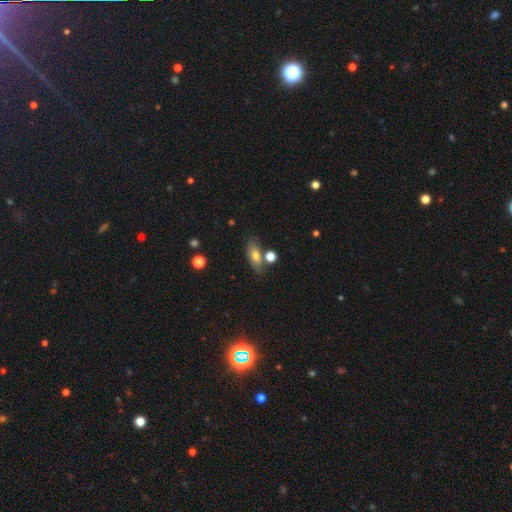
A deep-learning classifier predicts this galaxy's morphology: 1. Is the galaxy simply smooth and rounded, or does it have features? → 70% smooth, 21% featured or disk, 9% star or artifact.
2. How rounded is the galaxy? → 80% in between, 14% cigar-shaped, 7% round.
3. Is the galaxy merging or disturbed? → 66% none, 16% minor disturbance, 13% merger, 5% major disturbance.